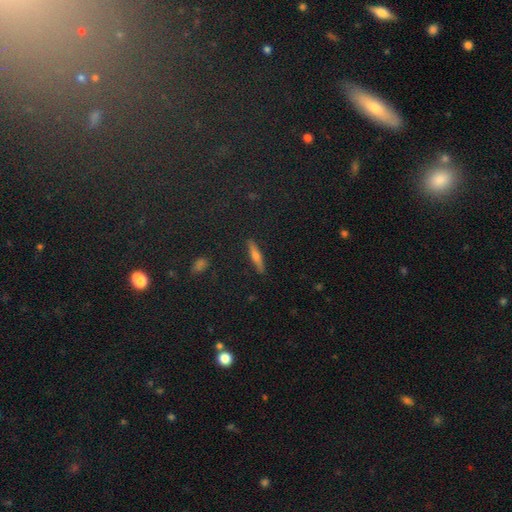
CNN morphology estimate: Q: Smooth or featured?
A: featured or disk (46%); runner-up: smooth (44%)
Q: Merging?
A: none (89%); runner-up: minor disturbance (8%)